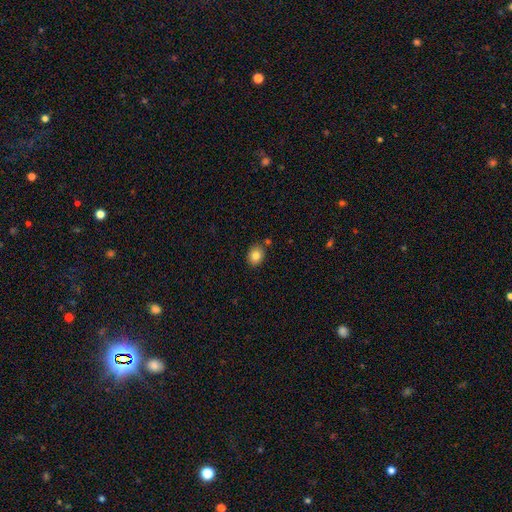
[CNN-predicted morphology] smooth-or-featured: smooth: 83% | star or artifact: 9% | featured or disk: 8%
  how-rounded: round: 55% | in between: 44% | cigar-shaped: 1%
  merging: none: 82% | minor disturbance: 10% | merger: 5% | major disturbance: 2%